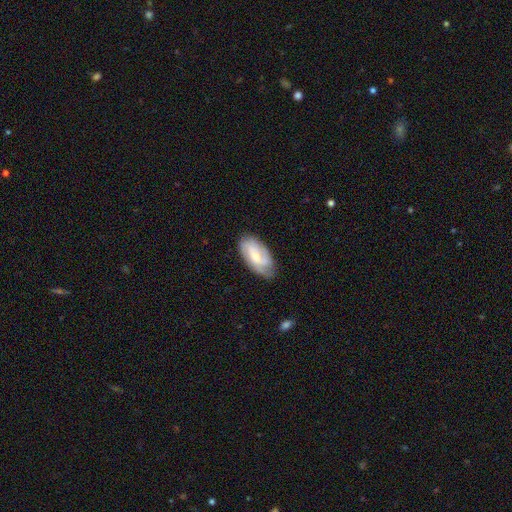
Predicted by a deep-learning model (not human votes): Overall: featured or disk (51%; smooth 42%). Edge-on disk: no (93%). Merging: none (70%).